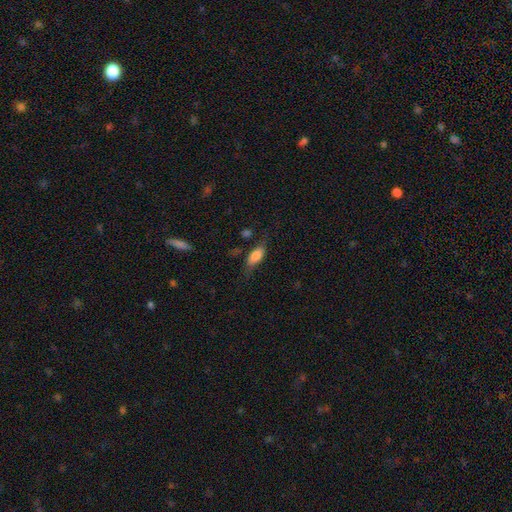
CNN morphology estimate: The model was most divided on "merging": none: 61%, minor disturbance: 26%, major disturbance: 11%, merger: 3%. More confident: how rounded — in between (76%); smooth or featured — smooth (73%).